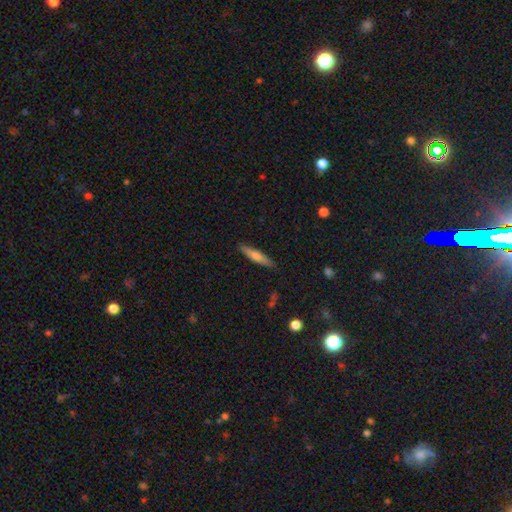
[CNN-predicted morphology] Overall: smooth (59%; featured or disk 35%). How rounded: cigar-shaped (88%). Merging: none (89%).